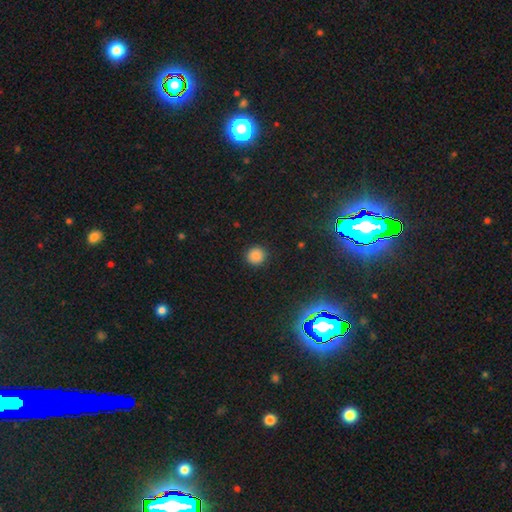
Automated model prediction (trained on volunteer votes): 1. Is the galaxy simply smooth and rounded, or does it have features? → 84% smooth, 13% star or artifact, 4% featured or disk.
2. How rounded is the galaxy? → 93% round, 6% in between, 1% cigar-shaped.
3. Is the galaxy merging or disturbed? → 91% none, 6% minor disturbance, 2% major disturbance, 1% merger.